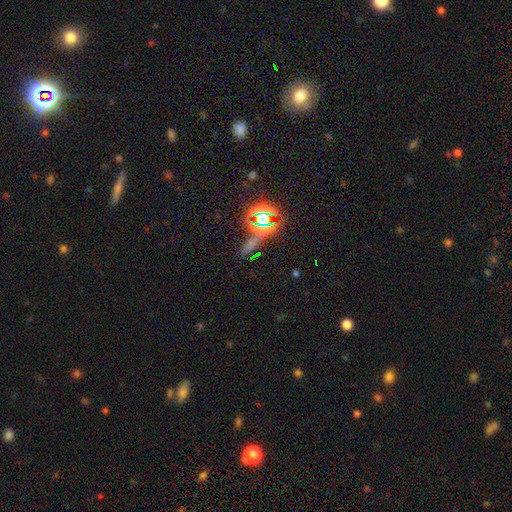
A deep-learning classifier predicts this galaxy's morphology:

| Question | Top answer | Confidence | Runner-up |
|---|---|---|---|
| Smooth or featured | star or artifact | 61% | smooth (28%) |